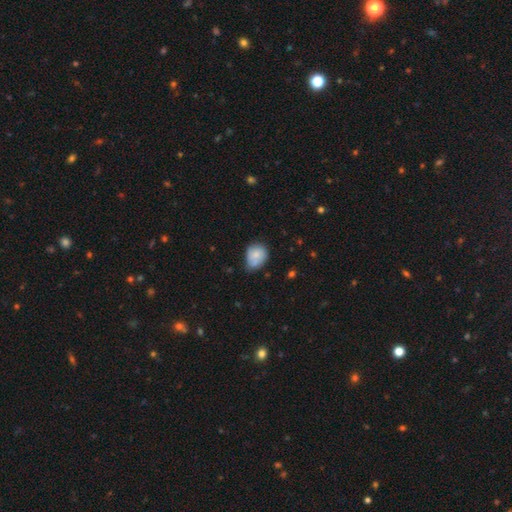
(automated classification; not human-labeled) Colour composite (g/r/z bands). It shows a smooth galaxy with no disk features (72%) that is round (51%). Merging: none (44%).